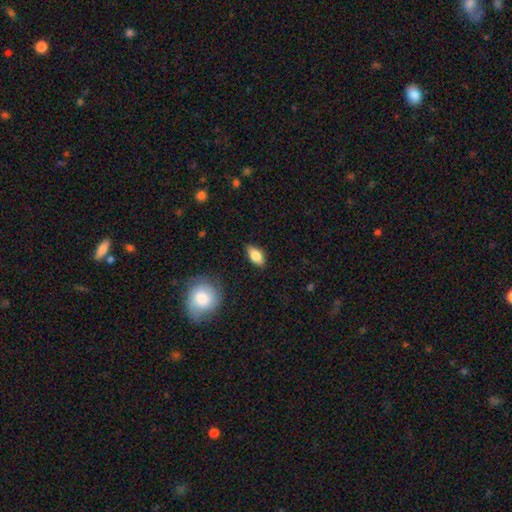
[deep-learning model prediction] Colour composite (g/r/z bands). It shows a smooth galaxy with no disk features (78%) that is in between round and cigar-shaped (87%). Merging: none (85%).